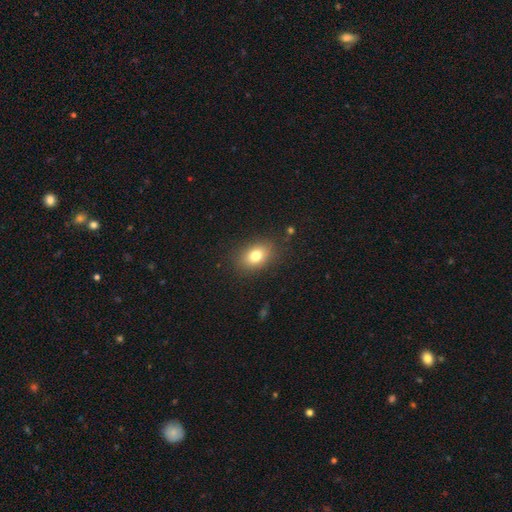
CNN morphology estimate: The model was most divided on "how rounded": in between: 74%, round: 25%, cigar-shaped: 1%. More confident: merging — none (84%); smooth or featured — smooth (78%).